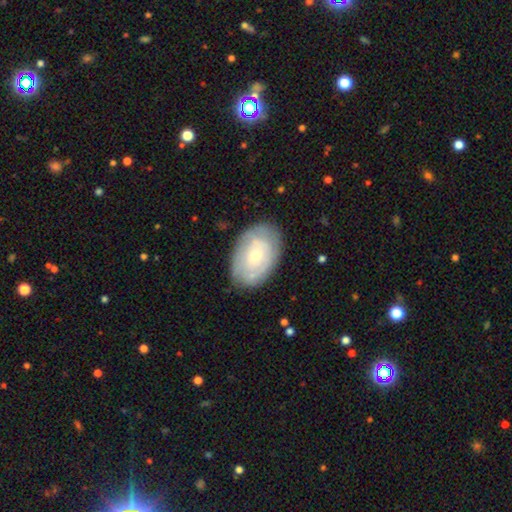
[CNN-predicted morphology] type=featured or disk (48%); merging=none (76%).